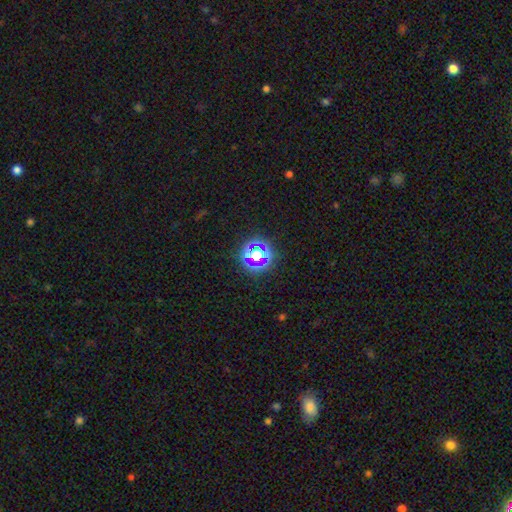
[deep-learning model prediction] A star or artifact, not a galaxy (62%).

Vote fractions:
- Smooth or featured? star or artifact: 62% / smooth: 26% / featured or disk: 12%